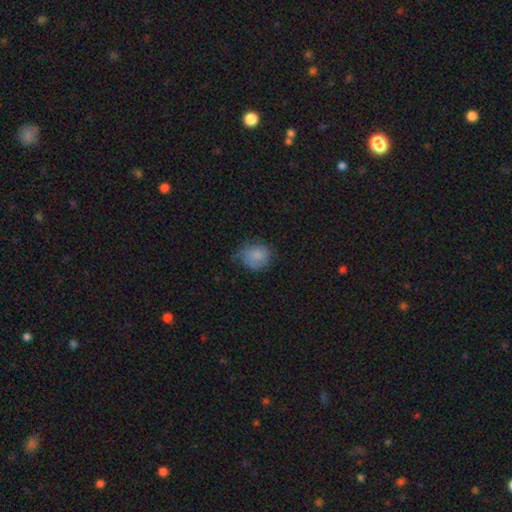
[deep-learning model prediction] Smooth or featured? Predicted: smooth (p=0.77). How rounded? Predicted: round (p=0.73). Merging? Predicted: none (p=0.47).